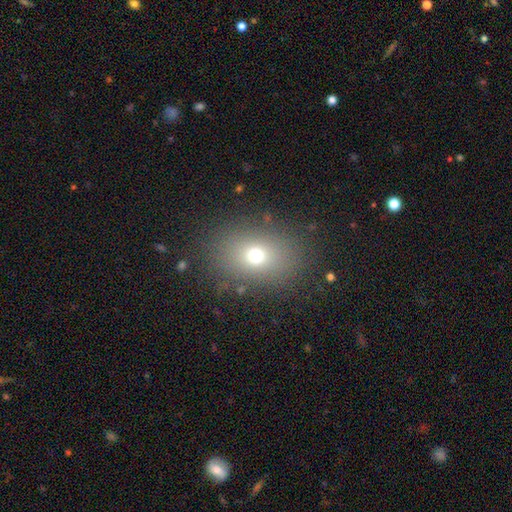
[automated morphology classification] Smooth or featured? smooth (68%)
How rounded? in between (57%)
Merging? none (82%)